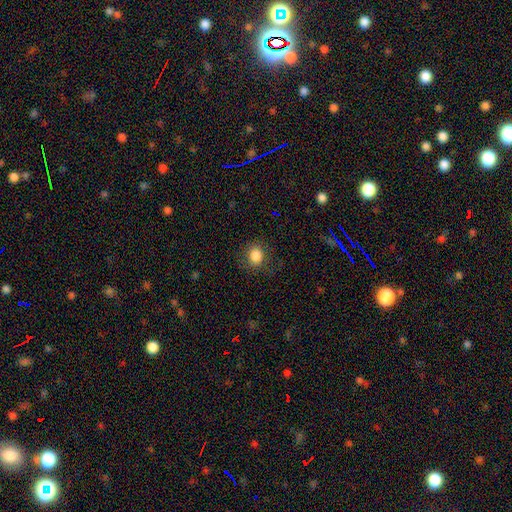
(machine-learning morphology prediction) Smooth or featured? Predicted: smooth (p=0.85). How rounded? Predicted: round (p=0.68). Merging? Predicted: none (p=0.81).